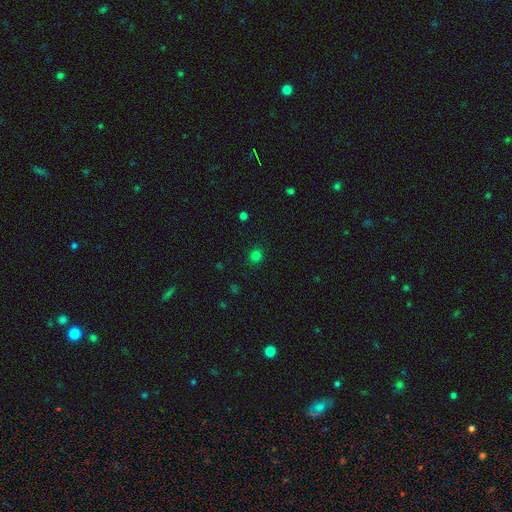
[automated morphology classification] This appears to be a smooth galaxy with no disk features (79%) that is round (88%). Merging: none (90%).